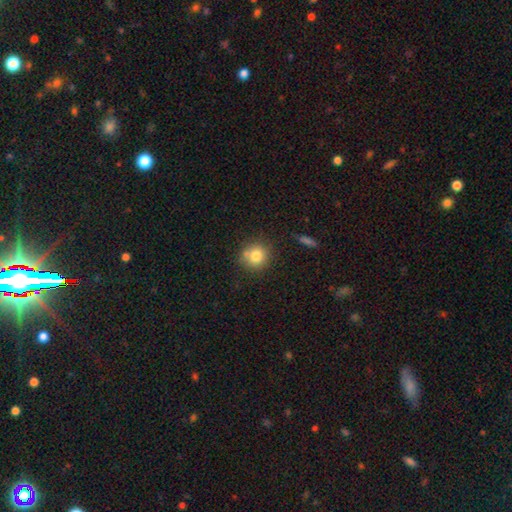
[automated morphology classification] type=smooth (80%); roundness=round (89%); merging=none (74%).